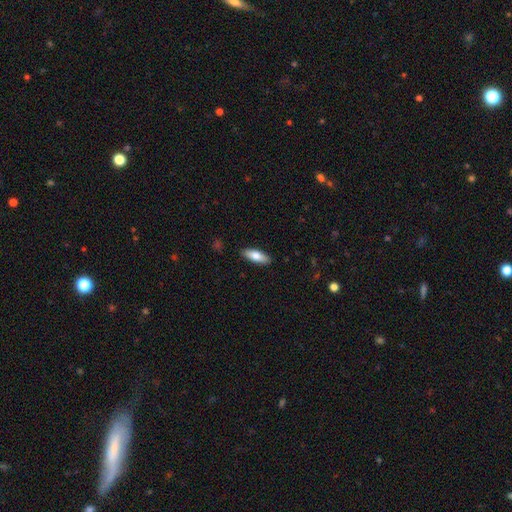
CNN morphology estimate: Smooth or featured? smooth (77%)
How rounded? in between (63%)
Merging? none (90%)